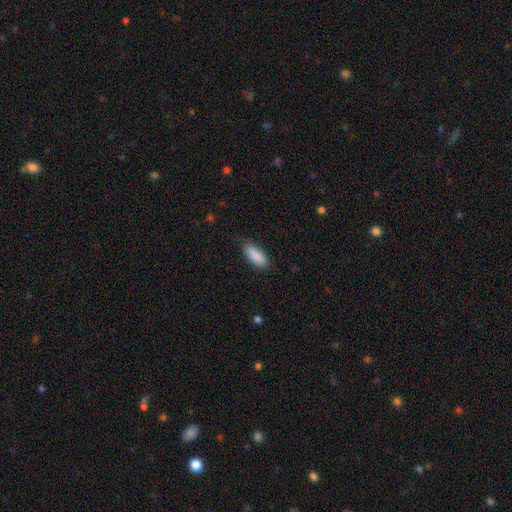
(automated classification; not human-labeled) This appears to be a smooth galaxy with no disk features (89%) that is in between round and cigar-shaped (76%). Merging: none (82%).